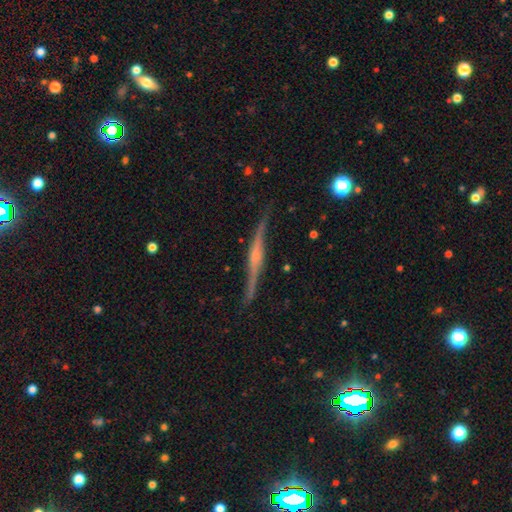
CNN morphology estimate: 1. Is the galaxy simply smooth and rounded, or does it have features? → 82% featured or disk, 12% smooth, 6% star or artifact.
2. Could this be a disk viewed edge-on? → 96% yes, 4% no.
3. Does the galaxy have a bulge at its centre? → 63% rounded, 19% boxy, 18% none.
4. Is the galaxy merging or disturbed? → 80% none, 14% minor disturbance, 4% major disturbance, 2% merger.